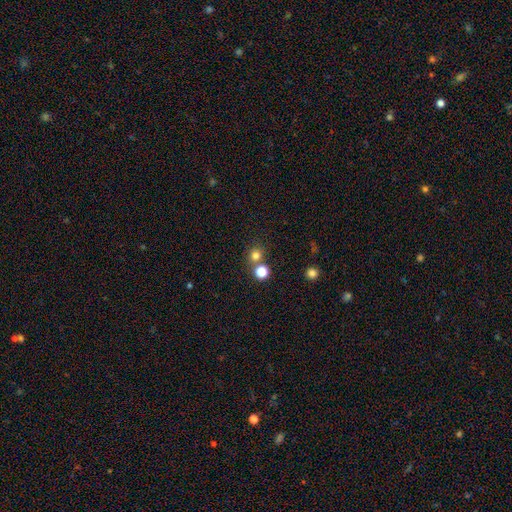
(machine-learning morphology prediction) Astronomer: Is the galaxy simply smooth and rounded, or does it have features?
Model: smooth — 77%.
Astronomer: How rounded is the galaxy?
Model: round — 88%.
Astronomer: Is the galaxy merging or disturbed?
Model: none — 69%.